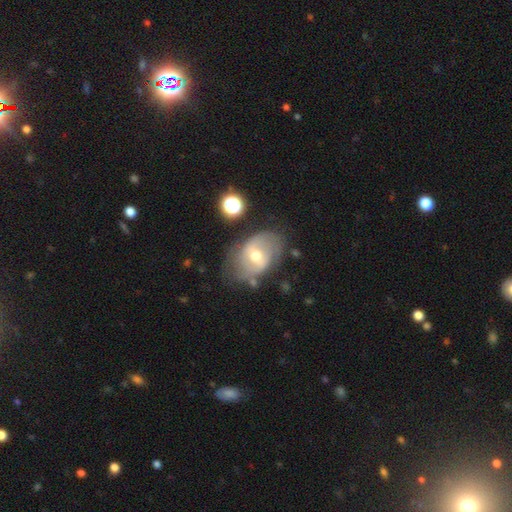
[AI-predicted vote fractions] Q: Smooth or featured?
A: featured or disk (66%); runner-up: smooth (25%)
Q: Edge-on disk?
A: no (95%); runner-up: yes (5%)
Q: Bar?
A: weak (52%); runner-up: no (25%)
Q: Spiral arms?
A: yes (73%); runner-up: no (27%)
Q: Bulge size?
A: moderate (69%); runner-up: small (24%)
Q: Merging?
A: none (65%); runner-up: minor disturbance (23%)